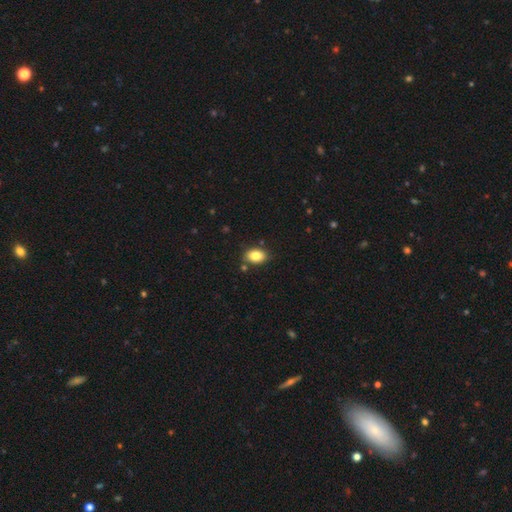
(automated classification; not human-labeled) Overall: smooth (84%). How rounded: in between (87%). Merging: none (82%).